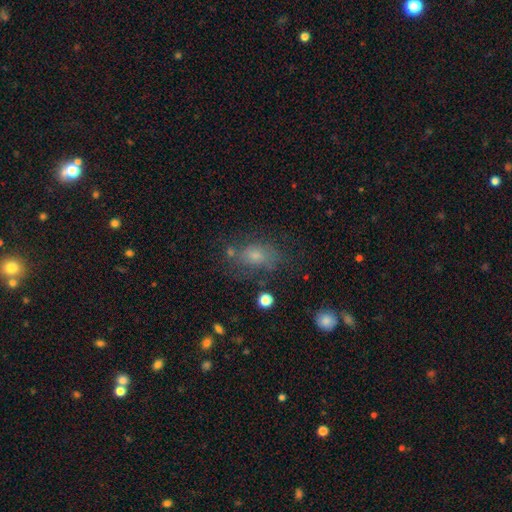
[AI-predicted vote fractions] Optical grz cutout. It shows a smooth galaxy with no disk features (62%) that is in between round and cigar-shaped (77%). Merging: none (58%).